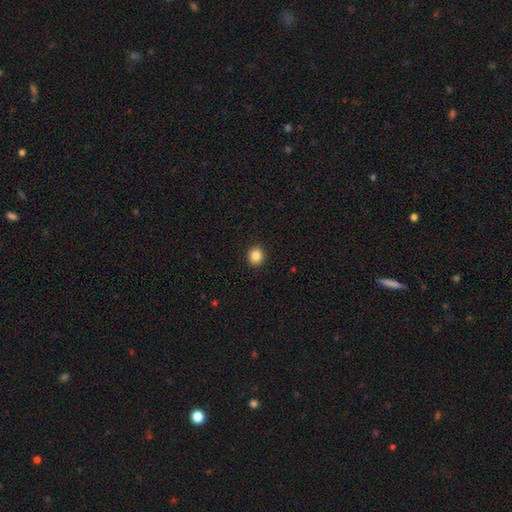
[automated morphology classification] smooth_or_featured: smooth (p=0.85) [alt: star or artifact p=0.10]
how_rounded: round (p=0.85) [alt: in between p=0.14]
merging: none (p=0.93) [alt: minor disturbance p=0.05]